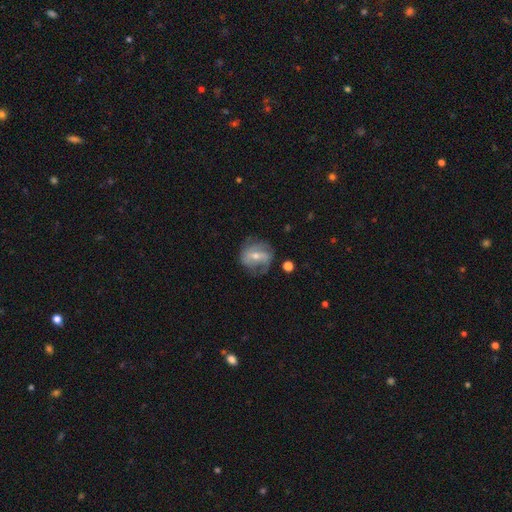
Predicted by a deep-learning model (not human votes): Smooth or featured? Predicted: featured or disk (p=0.68). Edge-on disk? Predicted: no (p=0.95). Bar? Predicted: weak (p=0.42). Spiral arms? Predicted: yes (p=0.75). Bulge size? Predicted: moderate (p=0.50). Merging? Predicted: none (p=0.63).